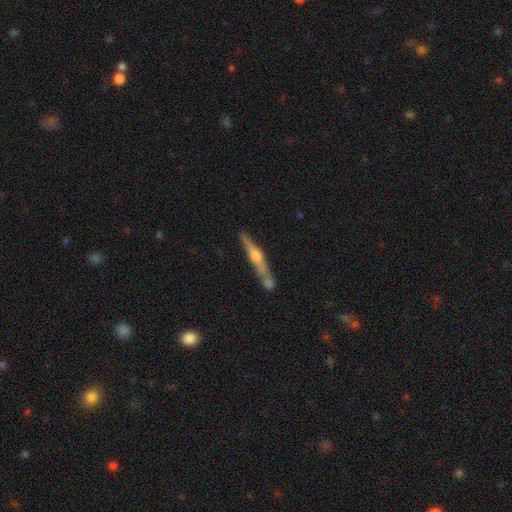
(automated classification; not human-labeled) Smooth or featured?
  - featured or disk: 66% *
  - smooth: 27%
  - star or artifact: 6%
Edge-on disk?
  - yes: 95% *
  - no: 5%
Edge-on bulge?
  - rounded: 80% *
  - boxy: 10%
  - none: 10%
Merging?
  - none: 65% *
  - merger: 16%
  - minor disturbance: 15%
  - major disturbance: 4%